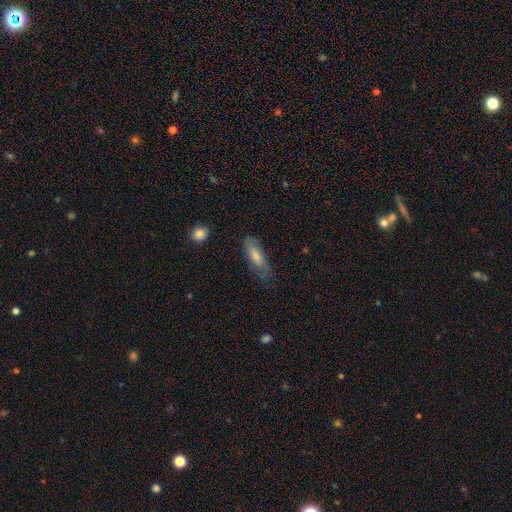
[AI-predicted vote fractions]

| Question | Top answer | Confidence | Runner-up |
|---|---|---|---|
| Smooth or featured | smooth | 50% | featured or disk (41%) |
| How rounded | in between | 62% | cigar-shaped (36%) |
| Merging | none | 67% | minor disturbance (23%) |